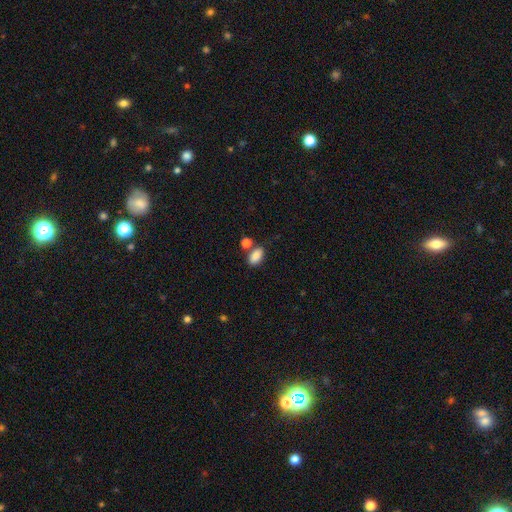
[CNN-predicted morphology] Overall: smooth (87%). How rounded: in between (90%). Merging: none (62%).